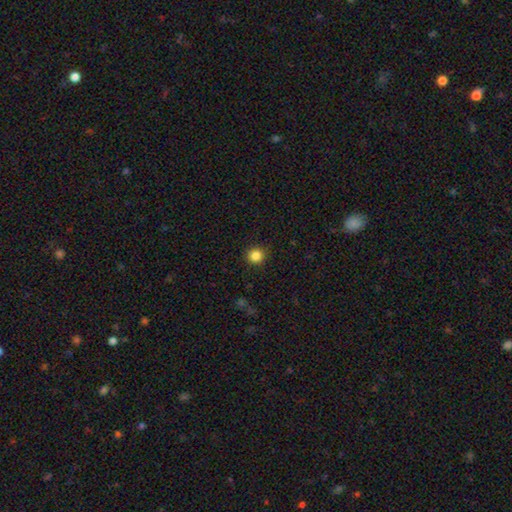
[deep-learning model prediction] Smooth or featured? smooth (85%)
How rounded? round (92%)
Merging? none (90%)